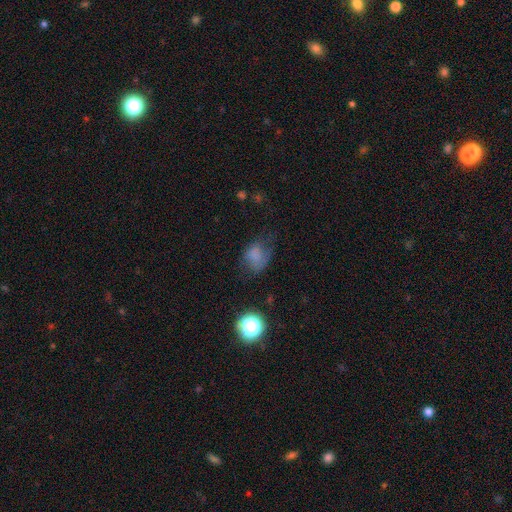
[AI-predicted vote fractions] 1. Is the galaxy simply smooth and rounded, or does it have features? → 70% smooth, 15% star or artifact, 15% featured or disk.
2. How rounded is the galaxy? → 57% in between, 42% round, 1% cigar-shaped.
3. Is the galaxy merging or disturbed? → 39% none, 31% minor disturbance, 27% major disturbance, 2% merger.